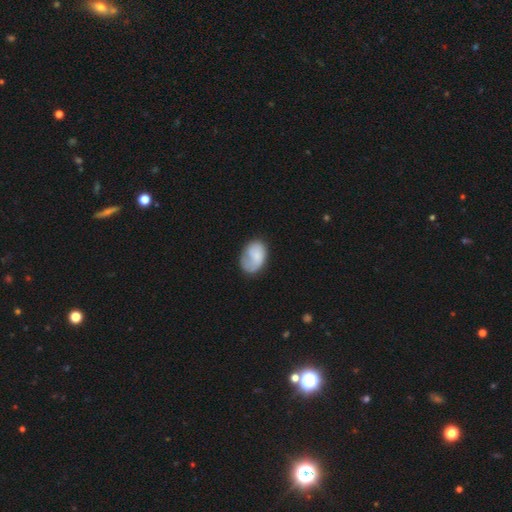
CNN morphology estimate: A smooth galaxy with no disk features (68%) that is in between round and cigar-shaped (81%).

Vote fractions:
- Smooth or featured? smooth: 68% / featured or disk: 25% / star or artifact: 7%
- How rounded? in between: 81% / round: 18% / cigar-shaped: 1%
- Merging? none: 48% / minor disturbance: 30% / major disturbance: 19% / merger: 3%